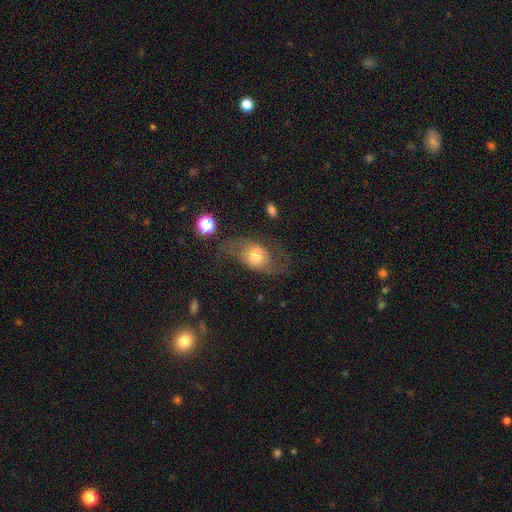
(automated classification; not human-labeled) Smooth or featured: featured or disk — 51% (smooth — 40%)
Edge-on disk: no — 90% (yes — 10%)
Merging: none — 49% (major disturbance — 27%)